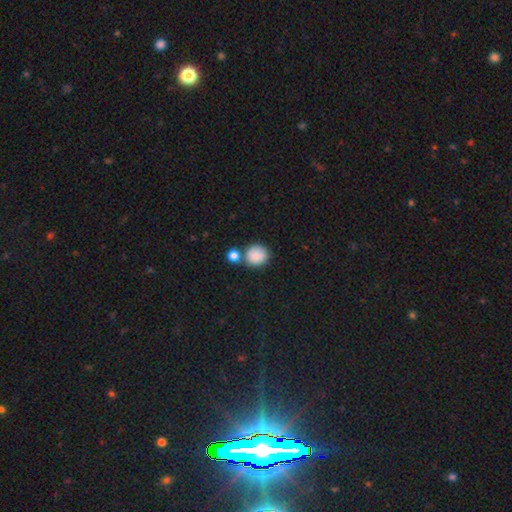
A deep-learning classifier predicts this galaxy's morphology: Smooth or featured? Predicted: smooth (p=0.86). How rounded? Predicted: round (p=0.83). Merging? Predicted: none (p=0.64).